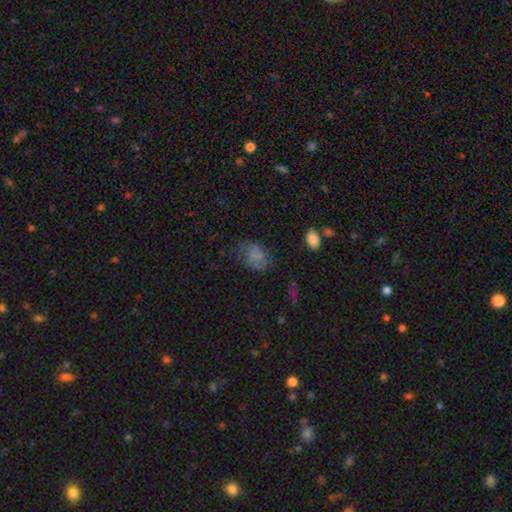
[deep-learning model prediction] A smooth galaxy with no disk features (66%) that is in between round and cigar-shaped (76%). Merging: none (48%).